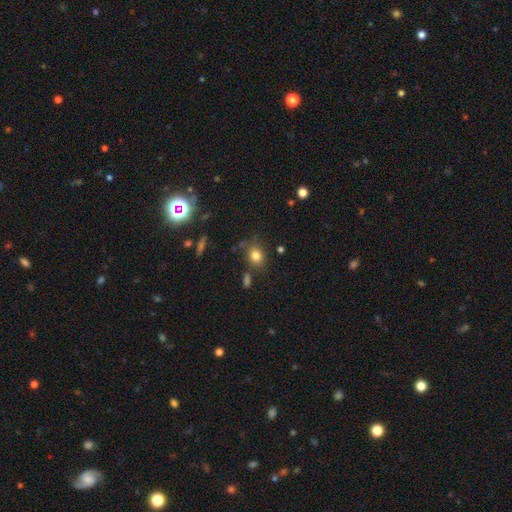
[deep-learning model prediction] This appears to be a smooth galaxy with no disk features (79%) that is round (59%). Merging: none (76%).